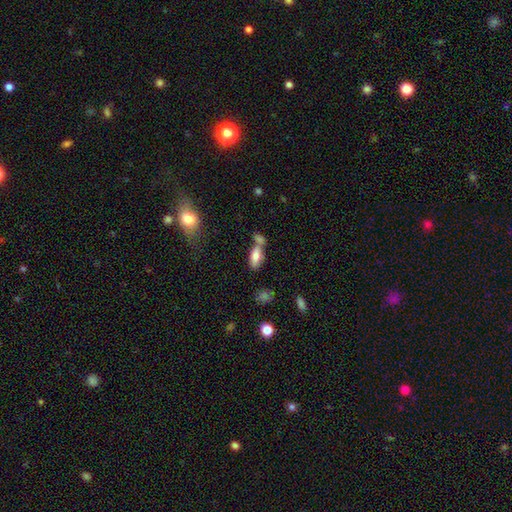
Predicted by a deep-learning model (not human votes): The model was most divided on "merging": none: 42%, merger: 39%, minor disturbance: 13%, major disturbance: 6%. More confident: how rounded — in between (80%); smooth or featured — smooth (77%).